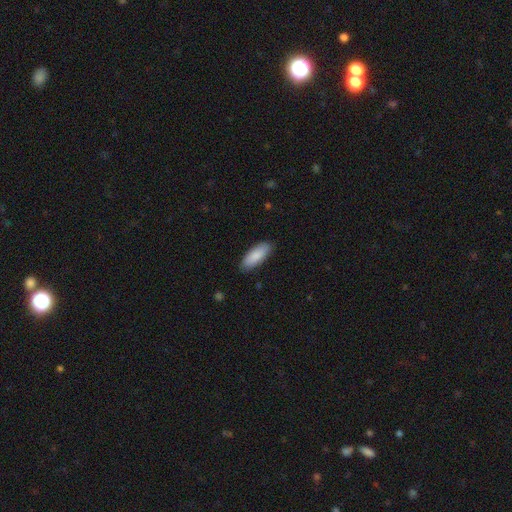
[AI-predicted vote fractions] A smooth galaxy with no disk features (88%) that is in between round and cigar-shaped (72%). Merging: none (87%).